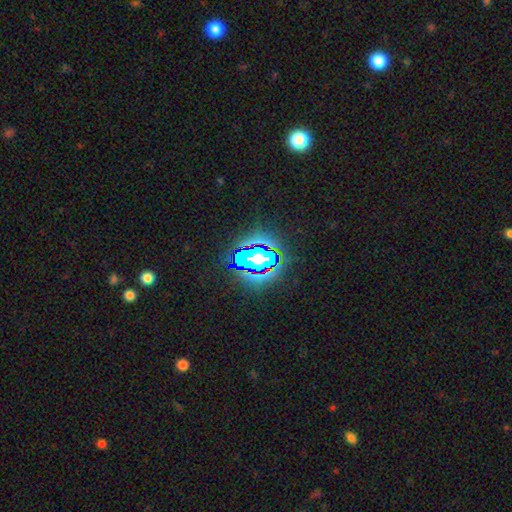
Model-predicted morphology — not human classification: Smooth or featured? Predicted: star or artifact (p=0.56).